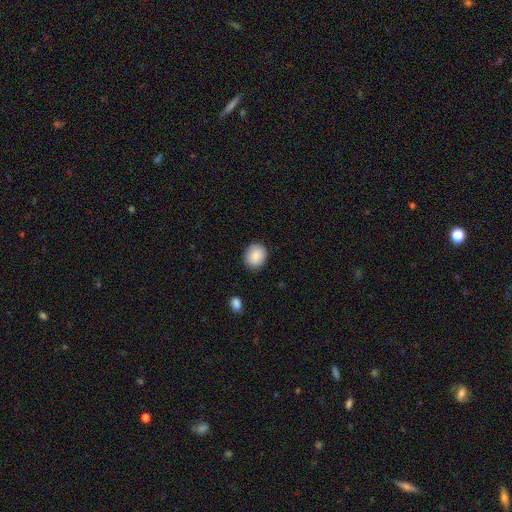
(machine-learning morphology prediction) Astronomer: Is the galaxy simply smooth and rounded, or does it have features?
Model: smooth — 88%.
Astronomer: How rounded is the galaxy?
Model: round — 74%.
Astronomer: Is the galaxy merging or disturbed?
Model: none — 88%.